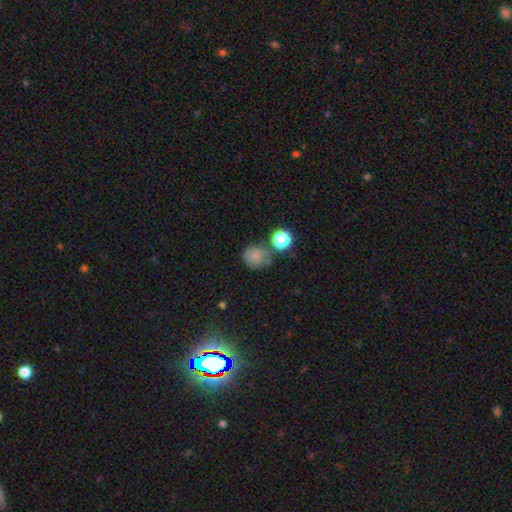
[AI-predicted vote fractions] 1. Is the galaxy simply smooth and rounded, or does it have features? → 75% smooth, 13% star or artifact, 11% featured or disk.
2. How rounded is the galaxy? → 83% round, 16% in between, 1% cigar-shaped.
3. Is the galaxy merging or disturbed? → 56% none, 20% minor disturbance, 15% merger, 8% major disturbance.